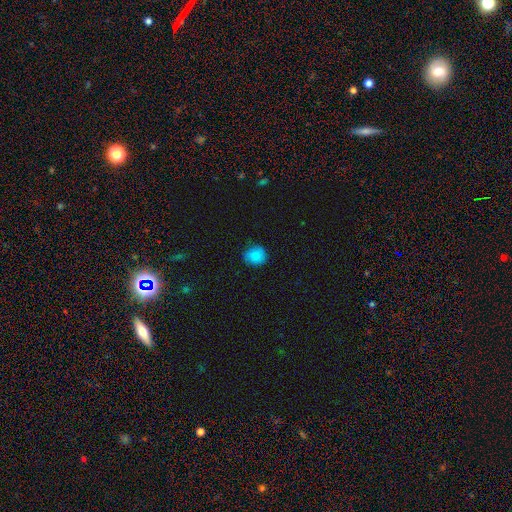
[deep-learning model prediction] Smooth or featured? smooth (85%)
How rounded? round (85%)
Merging? none (82%)